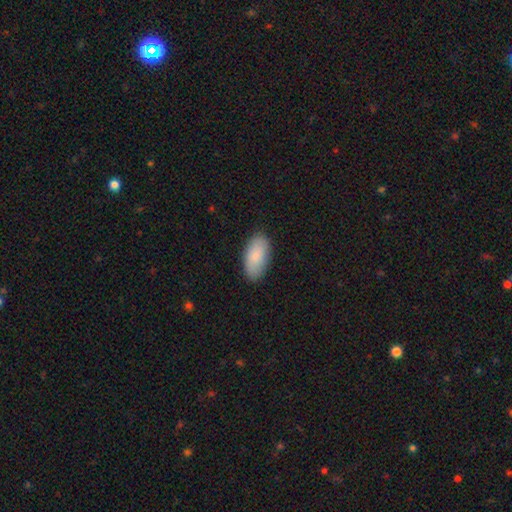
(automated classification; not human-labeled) smooth-or-featured: smooth: 86% | featured or disk: 9% | star or artifact: 6%
  how-rounded: in between: 94% | cigar-shaped: 3% | round: 2%
  merging: none: 86% | minor disturbance: 11% | major disturbance: 2% | merger: 1%